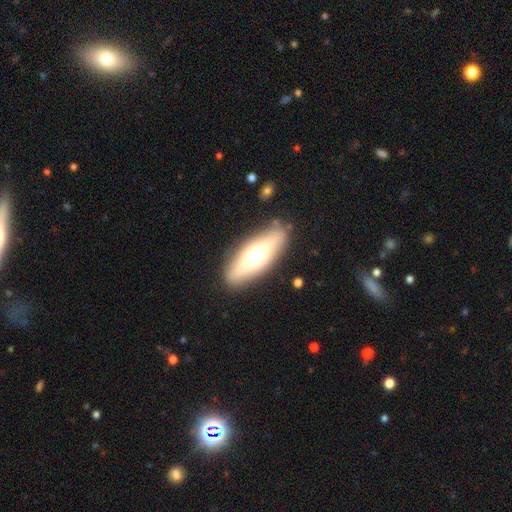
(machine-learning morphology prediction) Smooth or featured? Predicted: smooth (p=0.51). How rounded? Predicted: in between (p=0.63). Merging? Predicted: none (p=0.84).